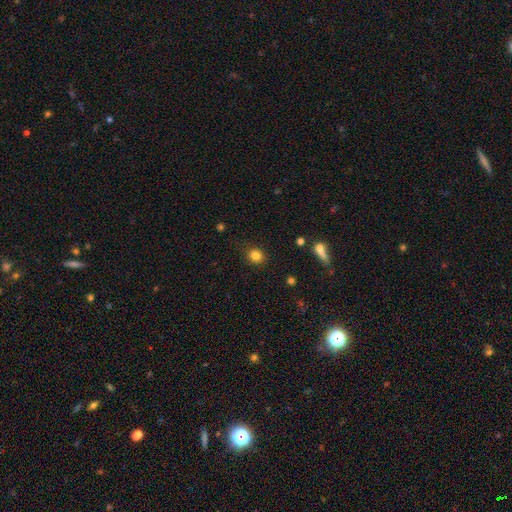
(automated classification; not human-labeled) Smooth or featured: smooth — 83% (star or artifact — 12%)
How rounded: round — 78% (in between — 21%)
Merging: none — 86% (minor disturbance — 10%)